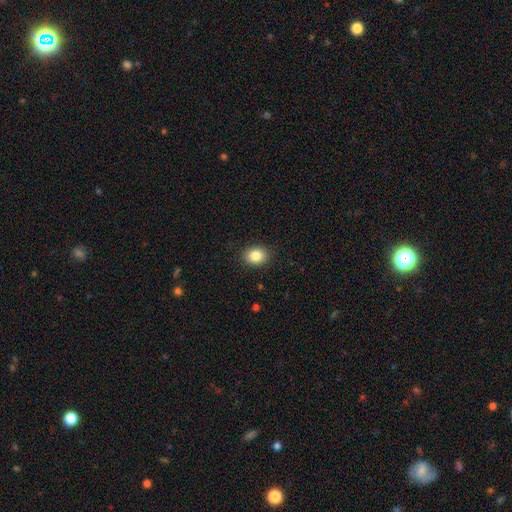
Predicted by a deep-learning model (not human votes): Smooth or featured: smooth — 85% (star or artifact — 9%)
How rounded: in between — 56% (round — 43%)
Merging: none — 89% (minor disturbance — 8%)